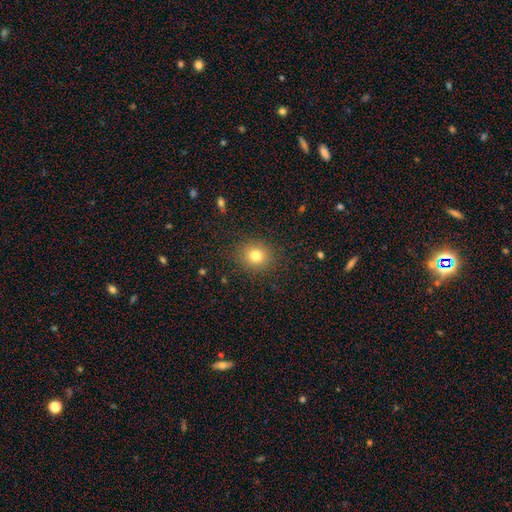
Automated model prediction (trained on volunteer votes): A smooth galaxy with no disk features (79%) that is round (83%).

Vote fractions:
- Smooth or featured? smooth: 79% / star or artifact: 13% / featured or disk: 8%
- How rounded? round: 83% / in between: 16% / cigar-shaped: 1%
- Merging? none: 88% / minor disturbance: 8% / major disturbance: 3% / merger: 1%